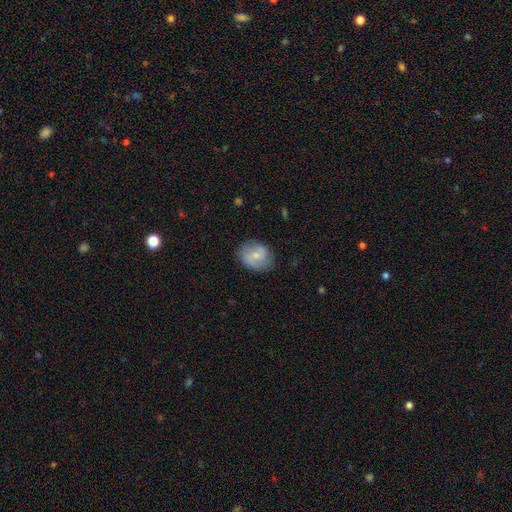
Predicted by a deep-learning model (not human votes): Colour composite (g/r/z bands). It shows a featured or disk galaxy (49%). Merging: none (78%).